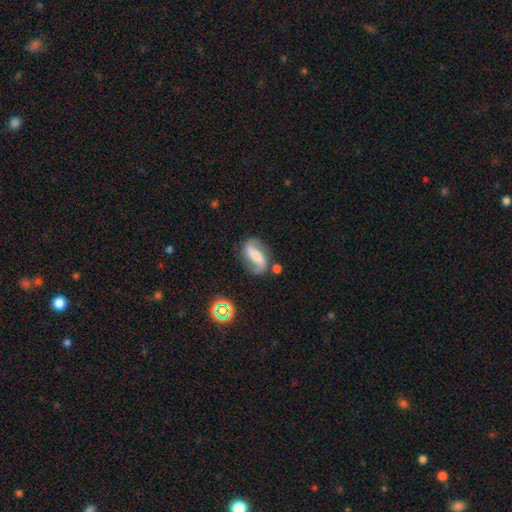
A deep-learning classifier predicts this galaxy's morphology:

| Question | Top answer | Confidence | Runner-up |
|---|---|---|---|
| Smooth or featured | featured or disk | 70% | smooth (21%) |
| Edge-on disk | no | 93% | yes (7%) |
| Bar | strong | 53% | weak (28%) |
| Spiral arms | yes | 88% | no (12%) |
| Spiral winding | loose | 57% | medium (30%) |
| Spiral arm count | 2 | 89% | can't tell (4%) |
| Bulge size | small | 37% | moderate (36%) |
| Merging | none | 72% | minor disturbance (16%) |